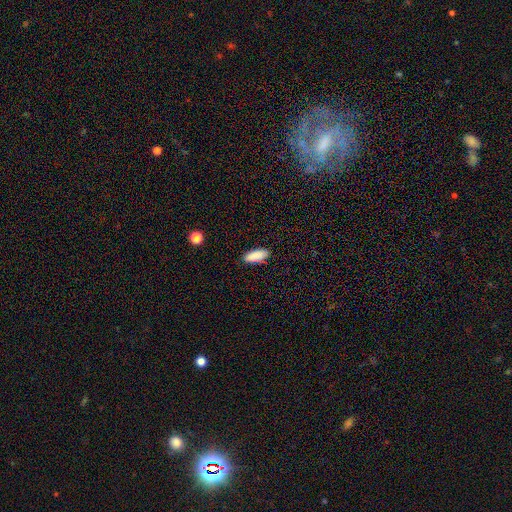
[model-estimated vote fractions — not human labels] smooth_or_featured: smooth (p=0.88) [alt: star or artifact p=0.07]
how_rounded: in between (p=0.79) [alt: cigar-shaped p=0.19]
merging: none (p=0.86) [alt: minor disturbance p=0.10]